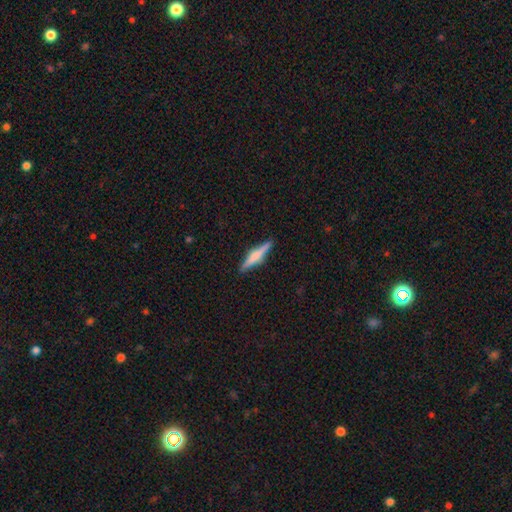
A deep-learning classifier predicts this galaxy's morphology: Smooth or featured? Predicted: featured or disk (p=0.55). Edge-on disk? Predicted: yes (p=0.97). Edge-on bulge? Predicted: rounded (p=0.63). Merging? Predicted: none (p=0.89).